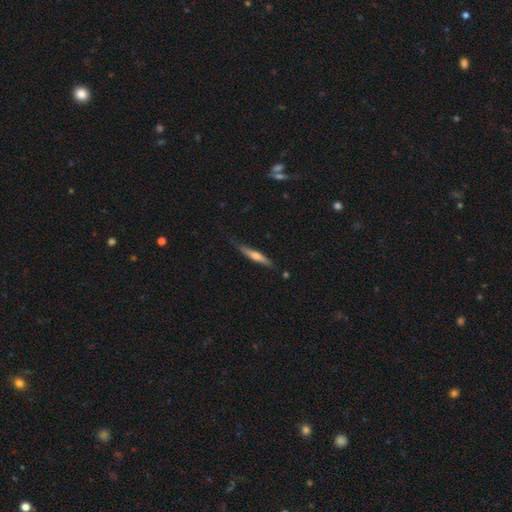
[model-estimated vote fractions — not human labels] featured or disk 51%, smooth 43%, star or artifact 6%. Down the decision tree: edge-on disk — yes (95%); merging — none (74%).